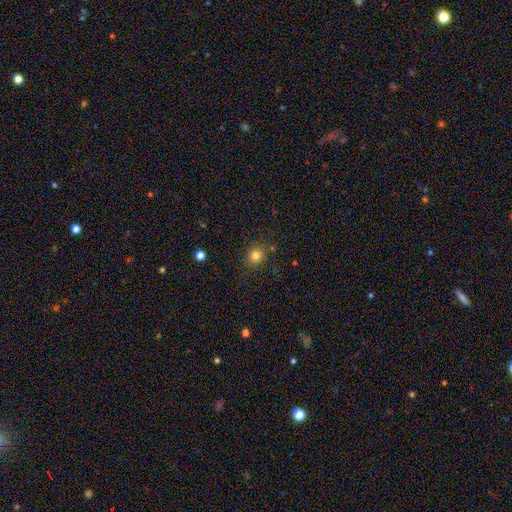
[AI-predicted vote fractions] Morphology: type=smooth (81%); roundness=round (78%); merging=none (83%).